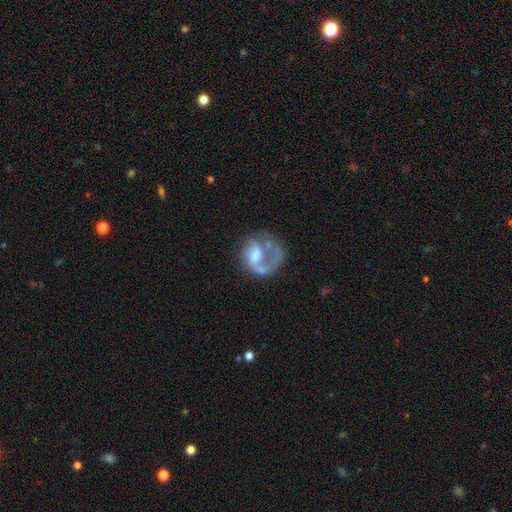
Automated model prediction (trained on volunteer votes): The model was most divided on "merging": major disturbance: 39%, none: 37%, minor disturbance: 16%, merger: 9%. Remaining: edge-on disk — no (98%); spiral arm count — 1 (80%); spiral arms — yes (76%); smooth or featured — featured or disk (69%); bar — no (59%); spiral winding — loose (42%); bulge size — moderate (37%).